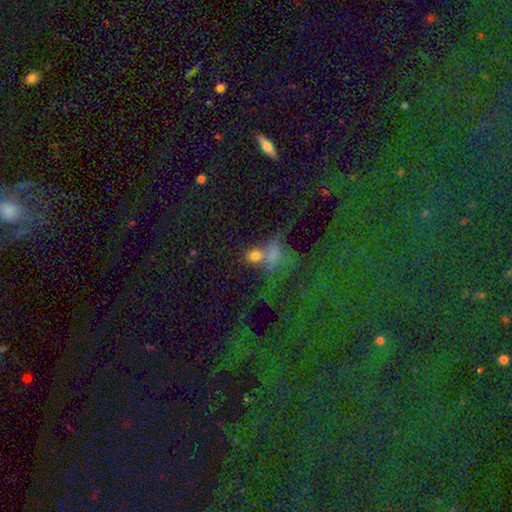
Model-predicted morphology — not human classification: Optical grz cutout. It shows a smooth galaxy with no disk features (68%) that is round (61%). Merging: merger (46%).